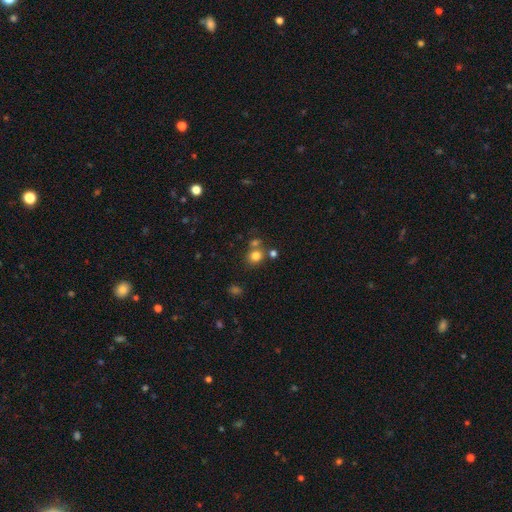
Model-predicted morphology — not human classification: Q: Smooth or featured?
A: smooth (78%); runner-up: star or artifact (14%)
Q: How rounded?
A: round (79%); runner-up: in between (20%)
Q: Merging?
A: none (63%); runner-up: merger (24%)